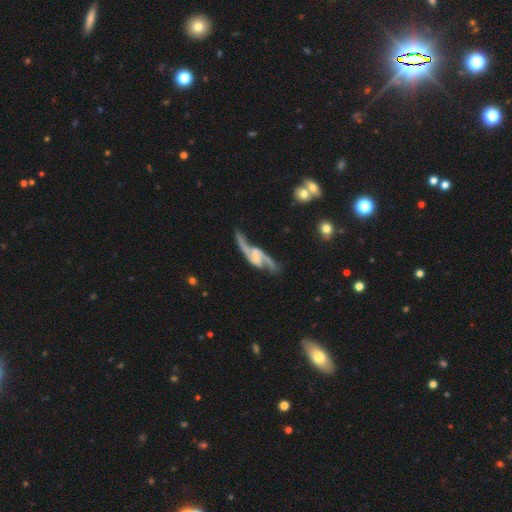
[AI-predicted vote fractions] Smooth or featured? Predicted: featured or disk (p=0.88). Edge-on disk? Predicted: no (p=0.92). Bar? Predicted: weak (p=0.40). Spiral arms? Predicted: yes (p=0.95). Spiral winding? Predicted: loose (p=0.72). Spiral arm count? Predicted: 2 (p=0.92). Bulge size? Predicted: none (p=0.49). Merging? Predicted: none (p=0.59).